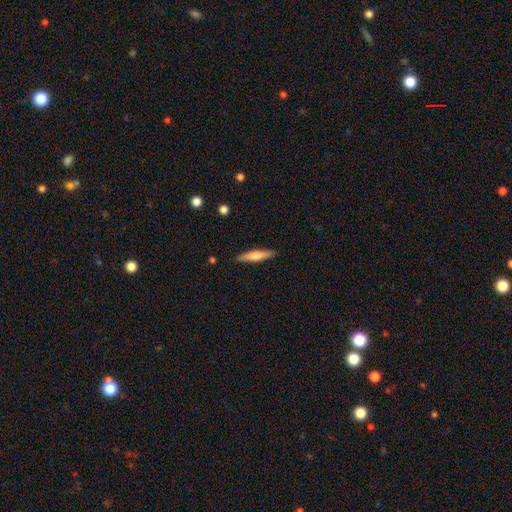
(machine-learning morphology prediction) Smooth or featured? Predicted: smooth (p=0.64). How rounded? Predicted: cigar-shaped (p=0.87). Merging? Predicted: none (p=0.88).